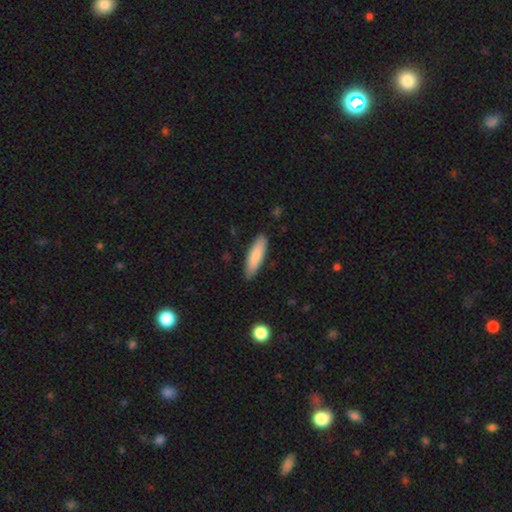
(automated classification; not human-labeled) A smooth galaxy with no disk features (84%) that is cigar-shaped (65%). Merging: none (87%).